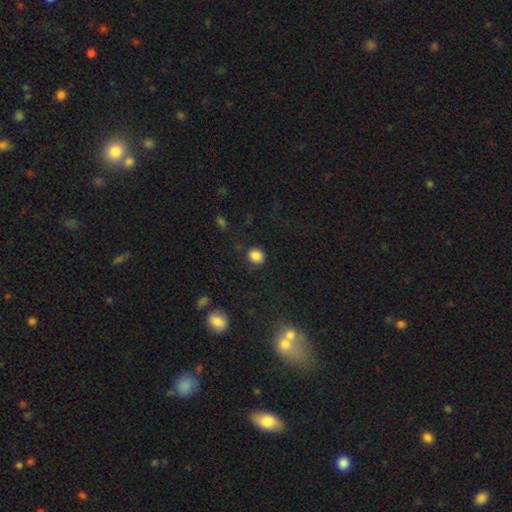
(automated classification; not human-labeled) Smooth or featured? Predicted: smooth (p=0.86). How rounded? Predicted: round (p=0.78). Merging? Predicted: none (p=0.86).